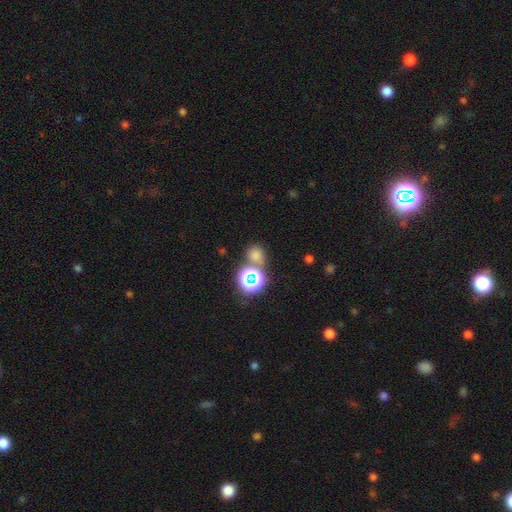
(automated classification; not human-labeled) smooth-or-featured: smooth: 63% | star or artifact: 31% | featured or disk: 7%
  how-rounded: round: 80% | in between: 19% | cigar-shaped: 1%
  merging: none: 65% | merger: 20% | minor disturbance: 10% | major disturbance: 5%